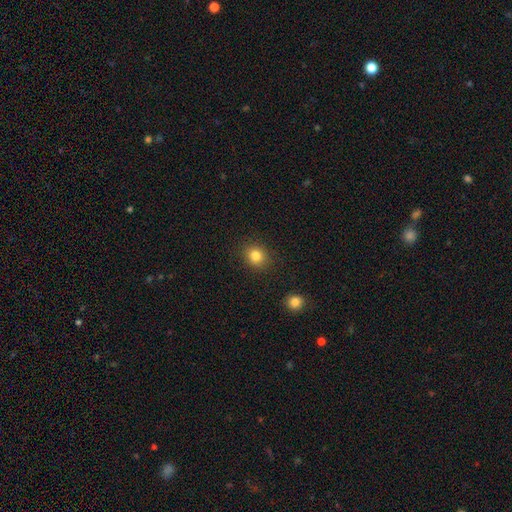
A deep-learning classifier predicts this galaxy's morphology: A smooth galaxy with no disk features (82%) that is round (76%).

Vote fractions:
- Smooth or featured? smooth: 82% / star or artifact: 12% / featured or disk: 6%
- How rounded? round: 76% / in between: 23% / cigar-shaped: 1%
- Merging? none: 88% / minor disturbance: 8% / major disturbance: 3% / merger: 1%